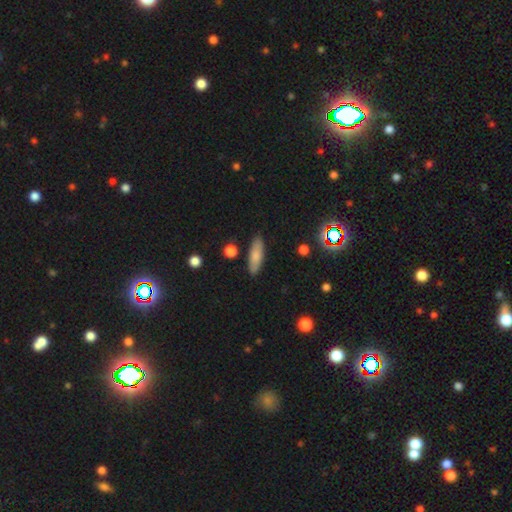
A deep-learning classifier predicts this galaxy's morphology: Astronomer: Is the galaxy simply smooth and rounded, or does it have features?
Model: smooth — 78%.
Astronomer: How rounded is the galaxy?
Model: cigar-shaped — 49% (runner-up: in between, 48%).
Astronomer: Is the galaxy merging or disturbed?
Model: none — 86%.